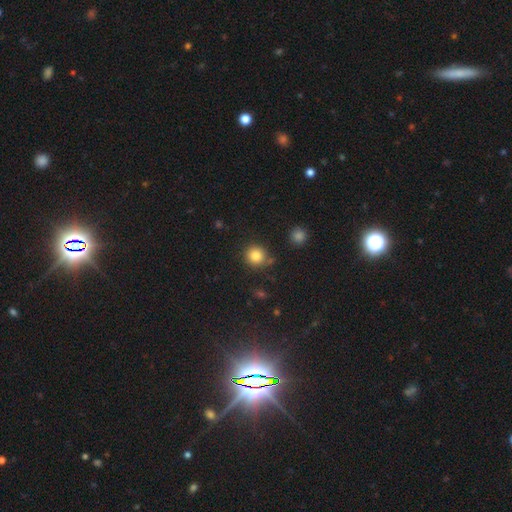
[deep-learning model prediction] This is clearly a smooth galaxy (83%). How rounded: clearly round (92%). Merging: clearly none (82%).